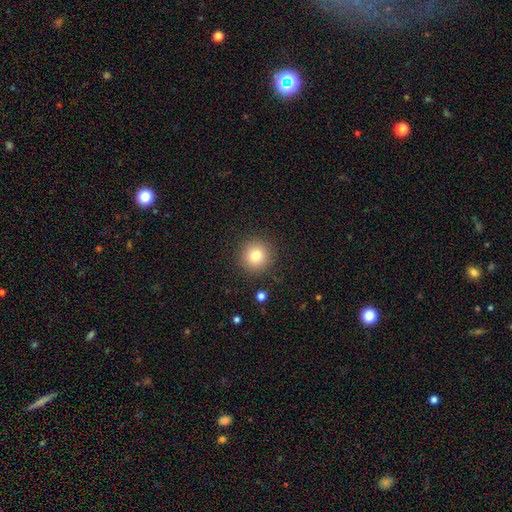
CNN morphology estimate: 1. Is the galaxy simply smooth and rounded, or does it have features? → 80% smooth, 12% star or artifact, 9% featured or disk.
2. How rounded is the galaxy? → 94% round, 5% in between, 1% cigar-shaped.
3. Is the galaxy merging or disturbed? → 90% none, 6% minor disturbance, 2% major disturbance, 1% merger.